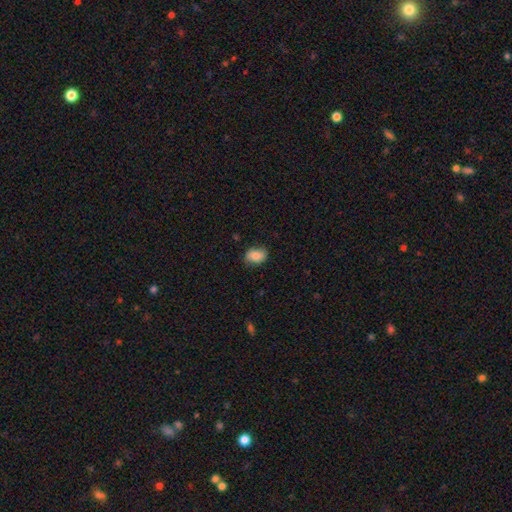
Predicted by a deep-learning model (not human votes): smooth 84%, featured or disk 9%, star or artifact 8%. Down the decision tree: how rounded — in between (75%); merging — none (81%).